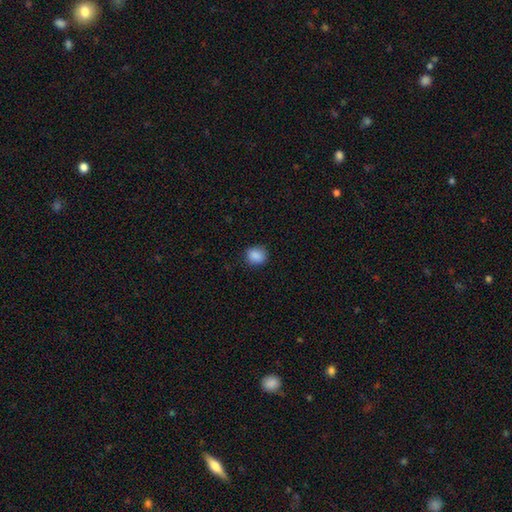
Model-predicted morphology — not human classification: Smooth or featured: smooth — 88% (star or artifact — 9%)
How rounded: round — 74% (in between — 25%)
Merging: none — 86% (minor disturbance — 10%)